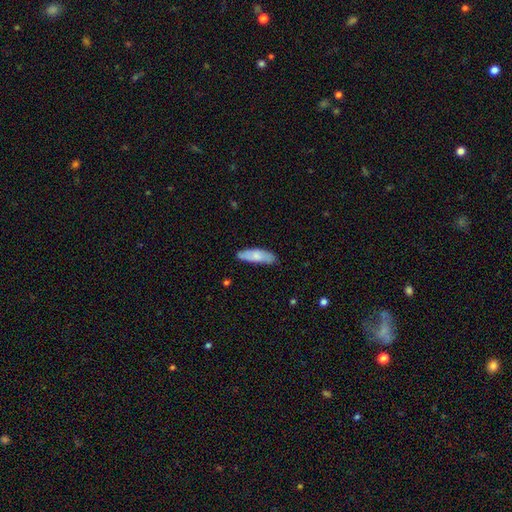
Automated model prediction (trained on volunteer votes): A smooth galaxy with no disk features (74%) that is in between round and cigar-shaped (51%). Merging: none (77%).